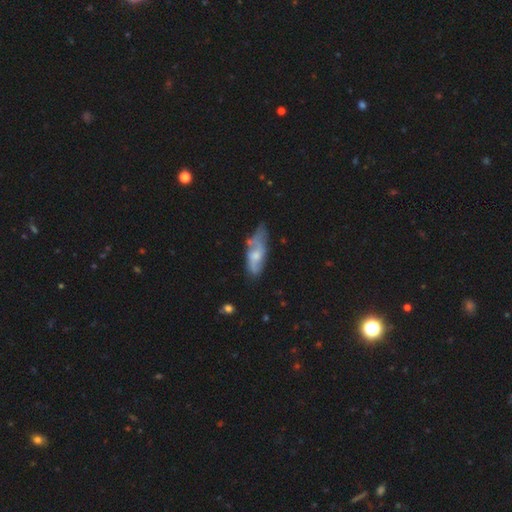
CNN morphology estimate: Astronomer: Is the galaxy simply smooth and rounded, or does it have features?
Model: featured or disk — 54% (runner-up: smooth, 39%).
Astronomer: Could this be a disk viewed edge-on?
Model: no — 82%.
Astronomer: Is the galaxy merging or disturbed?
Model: none — 47% (runner-up: minor disturbance, 33%).